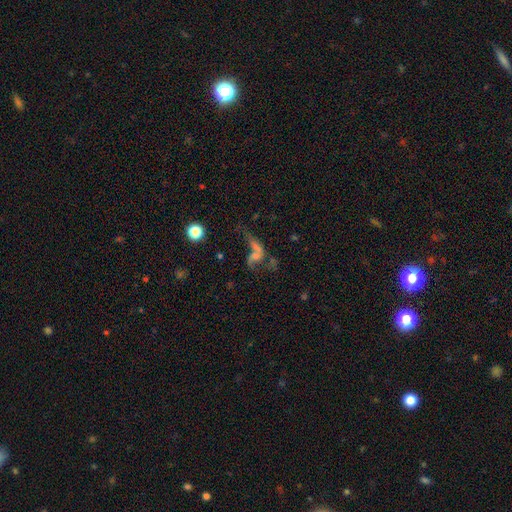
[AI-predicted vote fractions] Q: Smooth or featured?
A: featured or disk (51%); runner-up: smooth (30%)
Q: Edge-on disk?
A: no (93%); runner-up: yes (7%)
Q: Merging?
A: merger (42%); runner-up: major disturbance (27%)